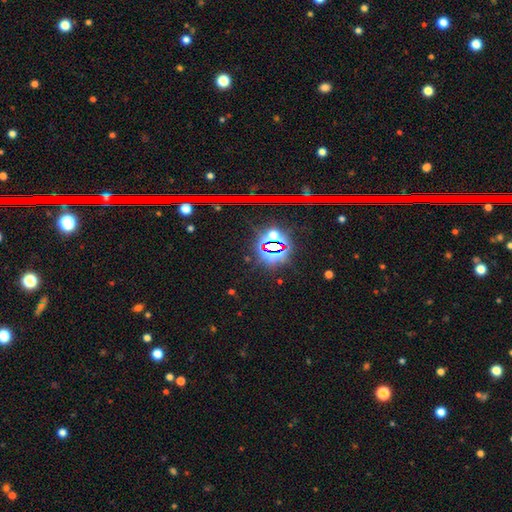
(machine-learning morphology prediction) A star or artifact, not a galaxy (79%).

Vote fractions:
- Smooth or featured? star or artifact: 79% / smooth: 12% / featured or disk: 9%